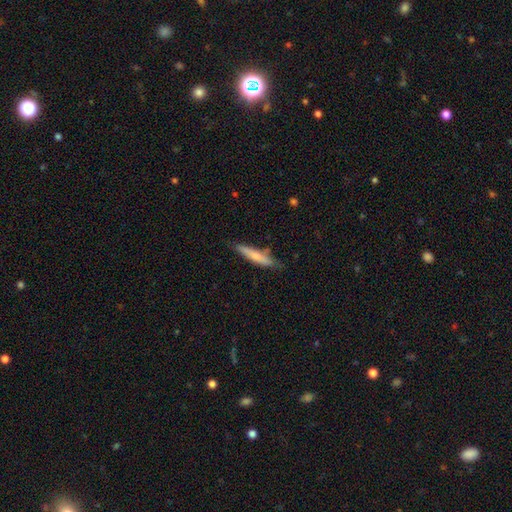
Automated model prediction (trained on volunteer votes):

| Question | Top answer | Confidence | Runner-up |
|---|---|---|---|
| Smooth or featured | smooth | 67% | featured or disk (27%) |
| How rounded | cigar-shaped | 89% | in between (10%) |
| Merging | none | 74% | minor disturbance (19%) |